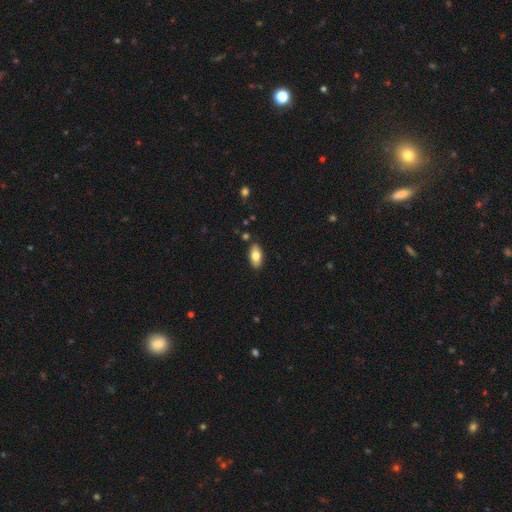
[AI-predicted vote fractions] Overall: smooth (78%). How rounded: in between (90%). Merging: none (87%).